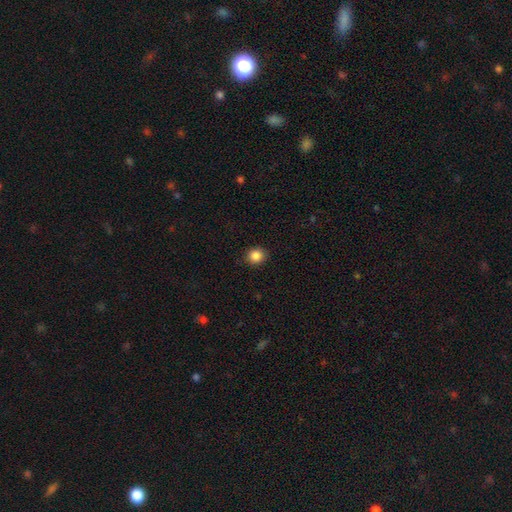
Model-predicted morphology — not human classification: This appears to be a smooth galaxy with no disk features (86%) that is round (82%). Merging: none (90%).